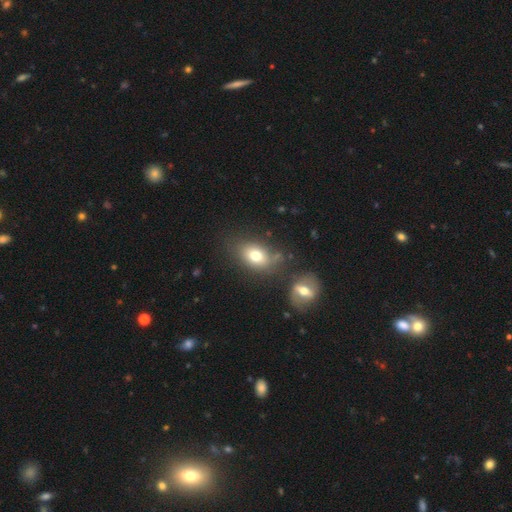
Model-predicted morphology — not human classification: Smooth or featured: smooth — 75% (featured or disk — 15%)
How rounded: in between — 76% (round — 23%)
Merging: none — 62% (minor disturbance — 16%)